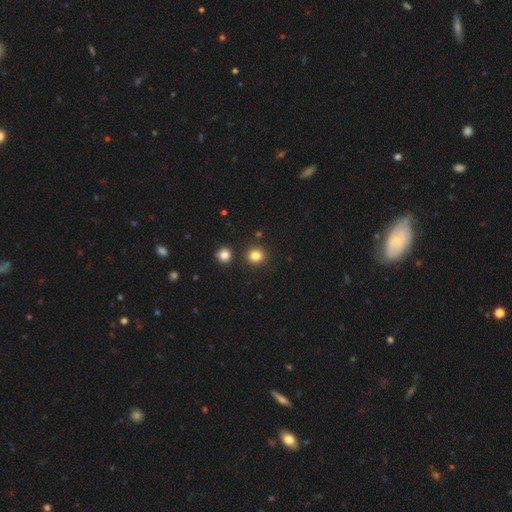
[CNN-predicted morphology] A smooth galaxy with no disk features (82%) that is round (87%). Merging: none (88%).